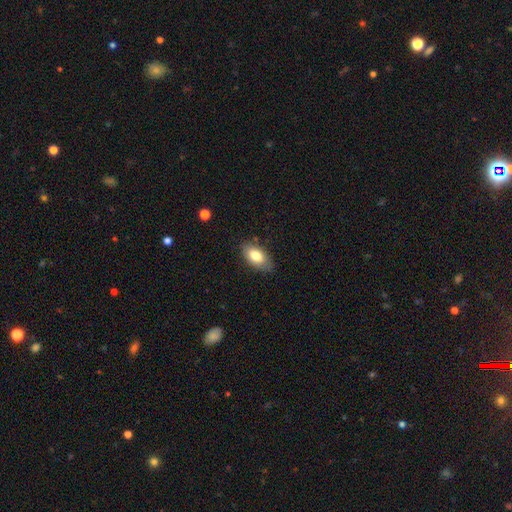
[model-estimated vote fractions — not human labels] This appears to be a smooth galaxy with no disk features (80%) that is in between round and cigar-shaped (92%). Merging: none (80%).